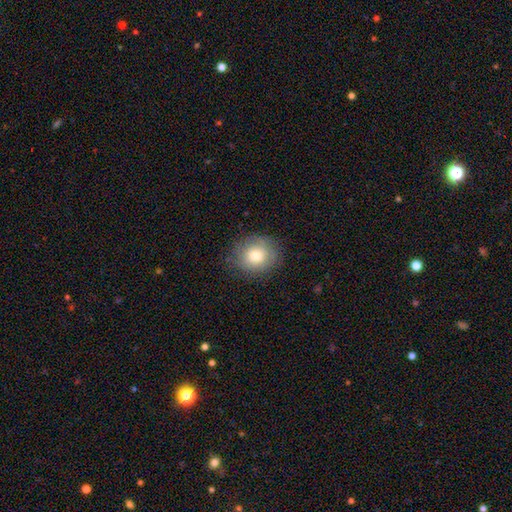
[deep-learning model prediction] The model was most divided on "how rounded": round: 74%, in between: 25%, cigar-shaped: 1%. More confident: merging — none (82%); smooth or featured — smooth (78%).